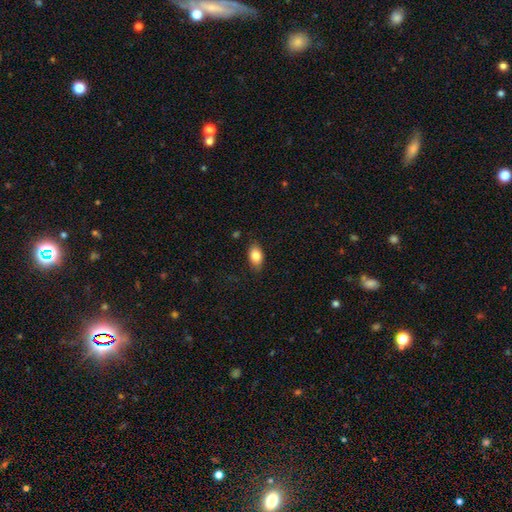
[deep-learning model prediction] A smooth galaxy with no disk features (83%) that is in between round and cigar-shaped (88%).

Vote fractions:
- Smooth or featured? smooth: 83% / featured or disk: 10% / star or artifact: 7%
- How rounded? in between: 88% / round: 9% / cigar-shaped: 3%
- Merging? none: 82% / minor disturbance: 14% / major disturbance: 3% / merger: 1%